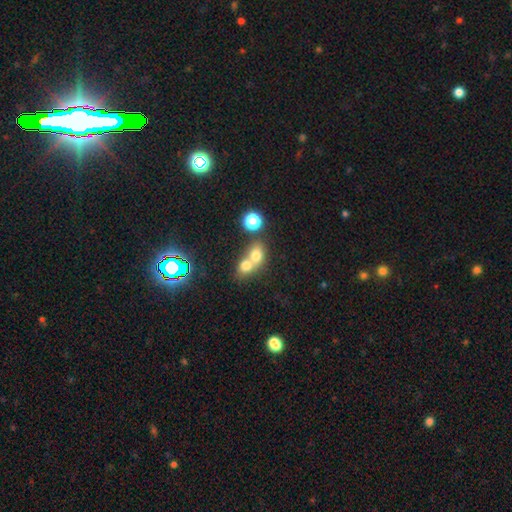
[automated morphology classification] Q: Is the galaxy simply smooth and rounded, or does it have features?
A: smooth — 70%.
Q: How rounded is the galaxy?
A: round — 59%.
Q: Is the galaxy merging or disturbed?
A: merger — 66%.